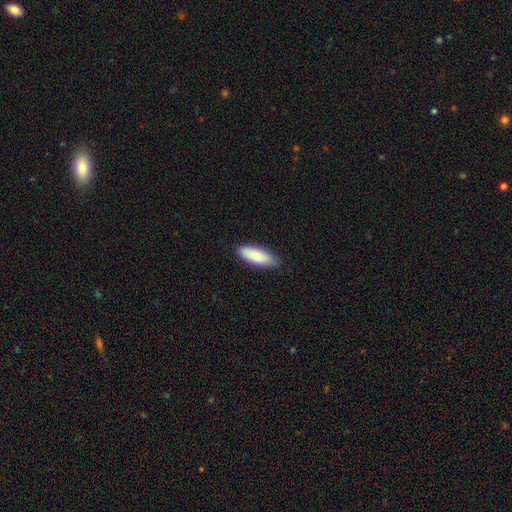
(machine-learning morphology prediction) Overall: smooth (85%). How rounded: in between (70%). Merging: none (83%).